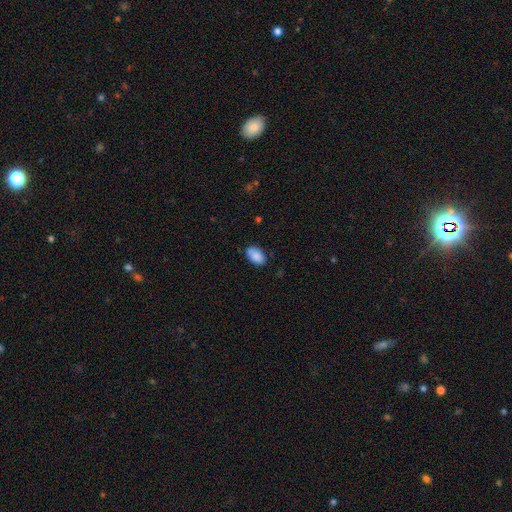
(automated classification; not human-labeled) Overall: smooth (88%). How rounded: in between (93%). Merging: none (78%).